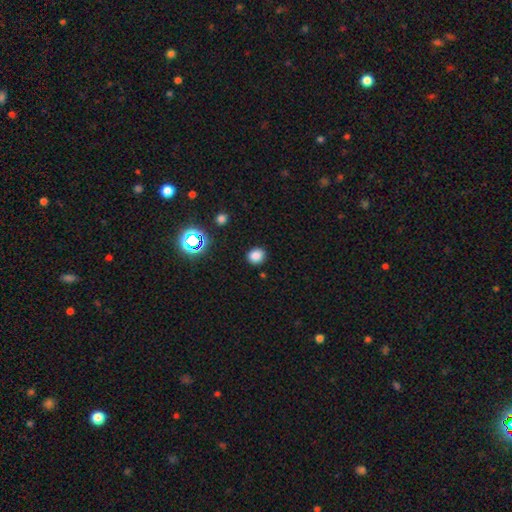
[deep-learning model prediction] smooth-or-featured: smooth: 81% | star or artifact: 15% | featured or disk: 4%
  how-rounded: round: 76% | in between: 23% | cigar-shaped: 1%
  merging: none: 88% | minor disturbance: 8% | major disturbance: 2% | merger: 2%